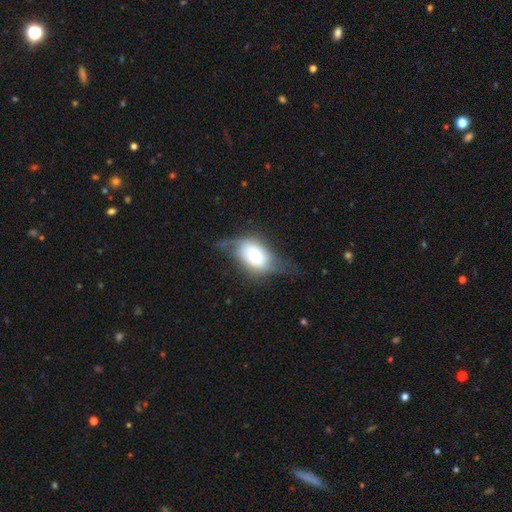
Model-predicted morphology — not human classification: Overall: smooth (47%; featured or disk 46%). Merging: none (40%; minor disturbance 31%).